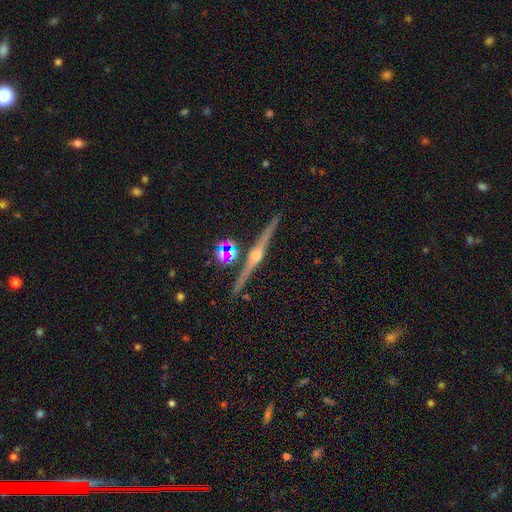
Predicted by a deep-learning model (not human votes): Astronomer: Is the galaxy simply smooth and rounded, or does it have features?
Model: featured or disk — 84%.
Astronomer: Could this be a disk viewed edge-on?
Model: yes — 98%.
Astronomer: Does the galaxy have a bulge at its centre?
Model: rounded — 92%.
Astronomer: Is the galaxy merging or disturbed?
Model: none — 87%.